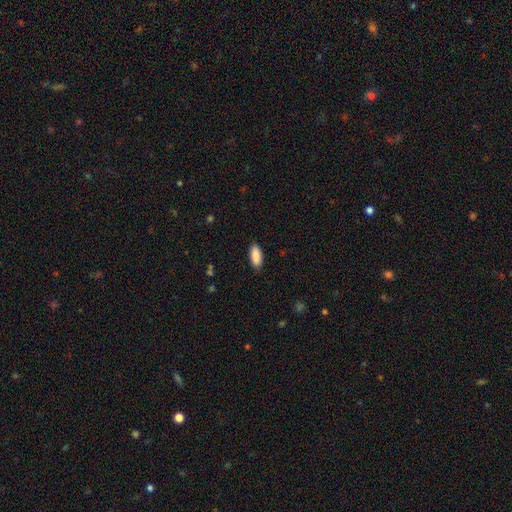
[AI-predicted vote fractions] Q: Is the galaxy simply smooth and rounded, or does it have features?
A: smooth — 90%.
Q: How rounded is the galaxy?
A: in between — 84%.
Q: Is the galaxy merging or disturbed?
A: none — 87%.